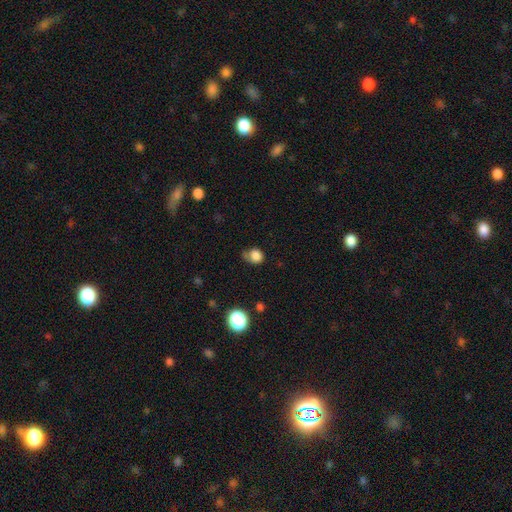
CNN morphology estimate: A smooth galaxy with no disk features (81%) that is round (65%). Merging: none (44%).